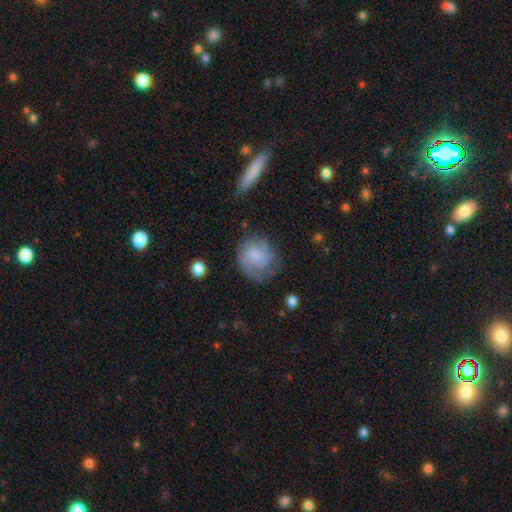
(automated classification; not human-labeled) Morphology: type=smooth (53%); roundness=round (75%); merging=none (53%).